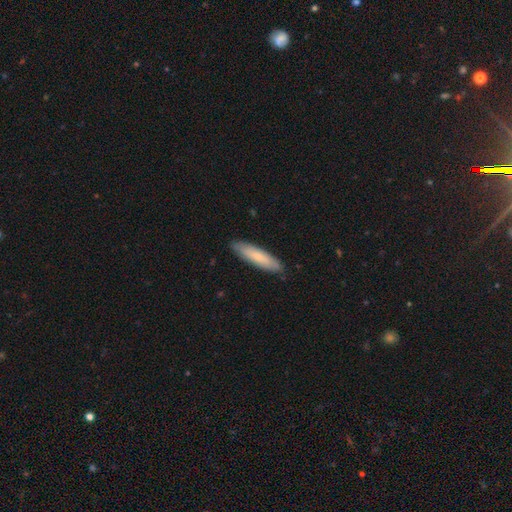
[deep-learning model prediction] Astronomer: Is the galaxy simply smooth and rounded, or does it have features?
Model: smooth — 76%.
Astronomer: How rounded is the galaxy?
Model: cigar-shaped — 77%.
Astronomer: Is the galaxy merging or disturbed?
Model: none — 88%.